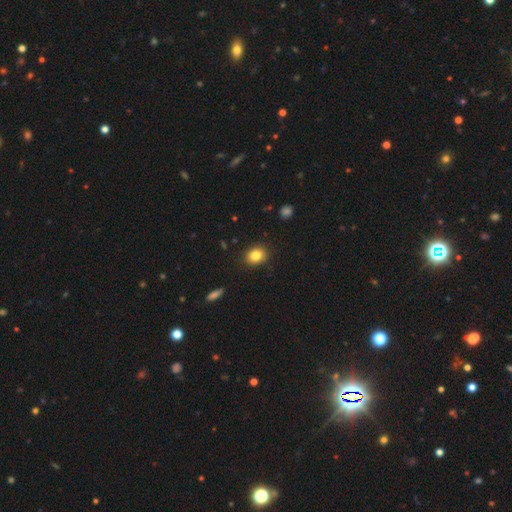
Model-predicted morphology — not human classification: smooth_or_featured: smooth (p=0.83) [alt: star or artifact p=0.10]
how_rounded: round (p=0.55) [alt: in between p=0.44]
merging: none (p=0.87) [alt: minor disturbance p=0.09]